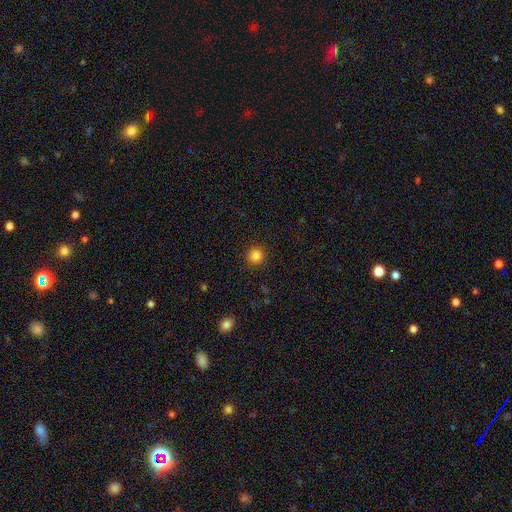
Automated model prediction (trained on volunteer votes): Q: Smooth or featured?
A: smooth (85%); runner-up: star or artifact (12%)
Q: How rounded?
A: round (94%); runner-up: in between (5%)
Q: Merging?
A: none (91%); runner-up: minor disturbance (5%)